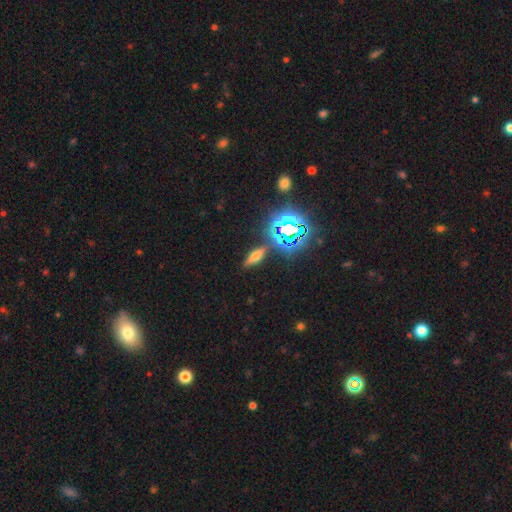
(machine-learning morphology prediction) Smooth or featured: smooth — 40% (star or artifact — 31%)
Merging: none — 83% (minor disturbance — 10%)